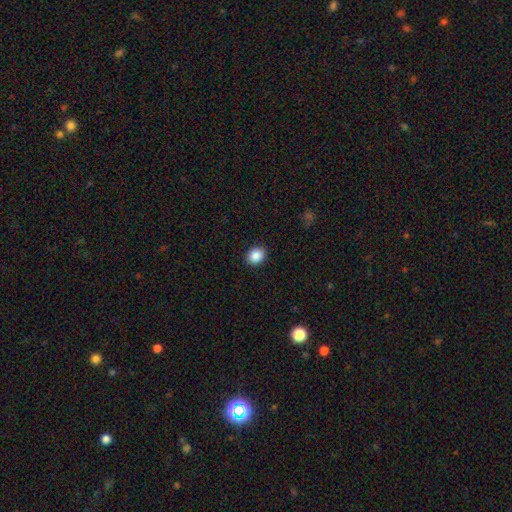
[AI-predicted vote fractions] Smooth or featured? smooth (88%)
How rounded? round (60%)
Merging? none (91%)